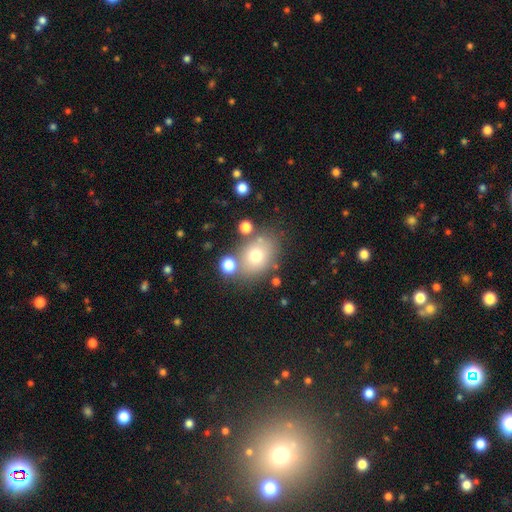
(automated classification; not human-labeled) Smooth or featured? Predicted: smooth (p=0.70). How rounded? Predicted: in between (p=0.55). Merging? Predicted: none (p=0.67).